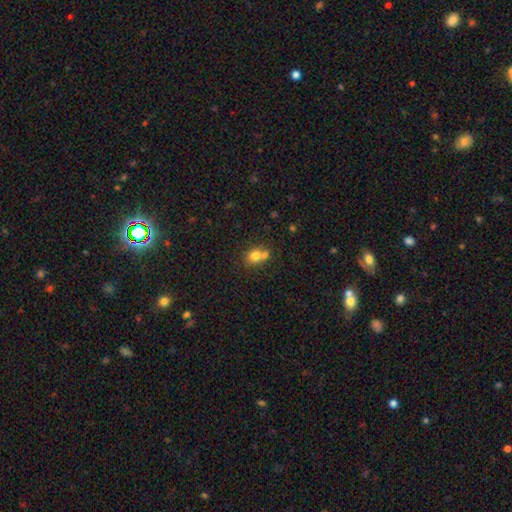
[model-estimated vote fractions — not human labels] Smooth or featured?
  - smooth: 76% *
  - featured or disk: 12%
  - star or artifact: 12%
How rounded?
  - round: 63% *
  - in between: 36%
  - cigar-shaped: 1%
Merging?
  - merger: 45% *
  - none: 43%
  - minor disturbance: 9%
  - major disturbance: 3%